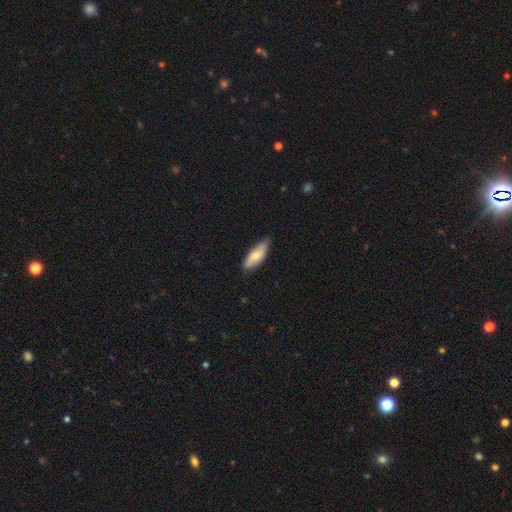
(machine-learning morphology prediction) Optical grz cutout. It shows a smooth galaxy with no disk features (69%) that is in between round and cigar-shaped (70%). Merging: none (75%).